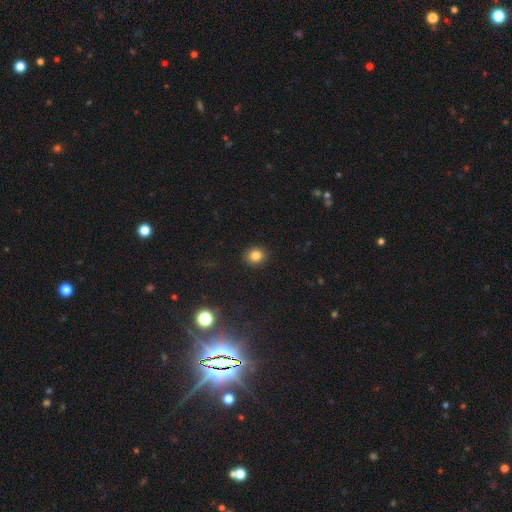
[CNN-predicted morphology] A smooth galaxy with no disk features (83%) that is round (83%). Merging: none (91%).